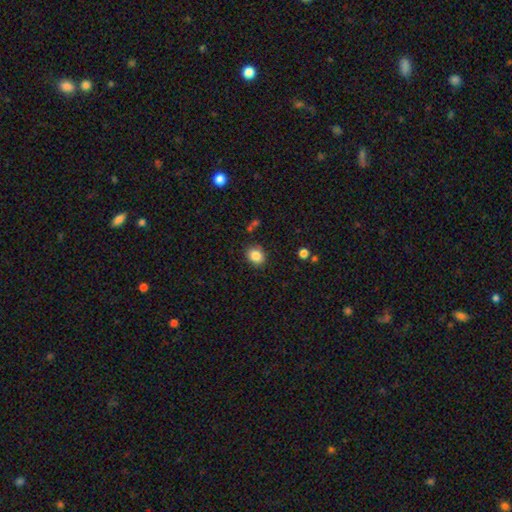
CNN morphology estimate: smooth-or-featured: smooth: 85% | star or artifact: 9% | featured or disk: 5%
  how-rounded: round: 58% | in between: 42% | cigar-shaped: 1%
  merging: none: 85% | minor disturbance: 10% | major disturbance: 3% | merger: 2%